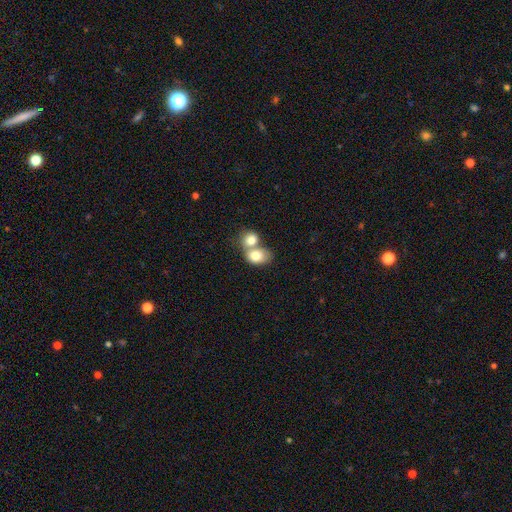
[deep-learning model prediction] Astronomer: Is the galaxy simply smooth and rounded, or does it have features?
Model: smooth — 77%.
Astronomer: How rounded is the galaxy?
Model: in between — 59% (runner-up: round, 39%).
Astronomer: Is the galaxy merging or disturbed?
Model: merger — 69%.